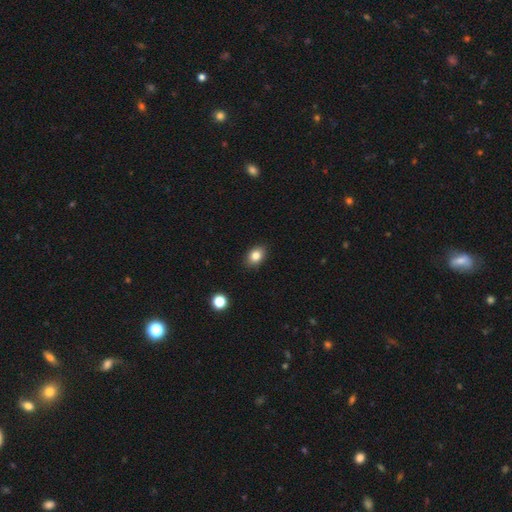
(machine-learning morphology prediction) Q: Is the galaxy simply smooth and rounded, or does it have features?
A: smooth — 83%.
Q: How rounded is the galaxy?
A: in between — 72%.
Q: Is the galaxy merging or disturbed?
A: none — 88%.